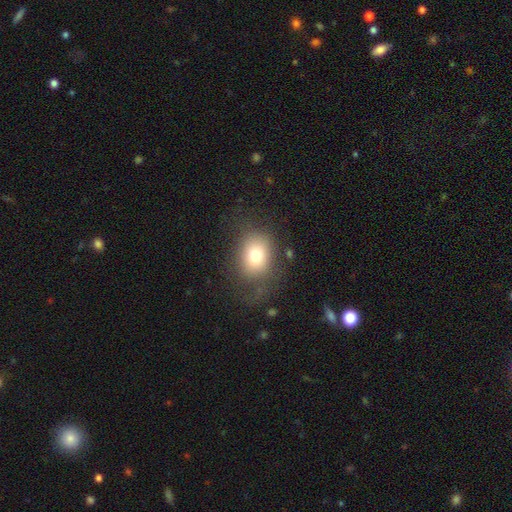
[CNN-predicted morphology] type=smooth (75%); roundness=in between (50%, tied with round); merging=none (68%).